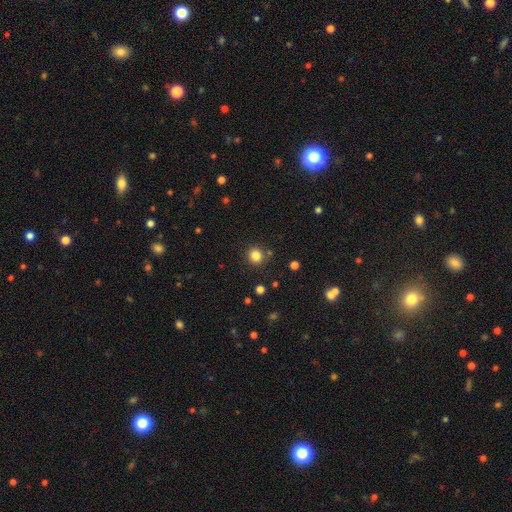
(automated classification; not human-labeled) Overall: smooth (82%). How rounded: round (91%). Merging: none (85%).